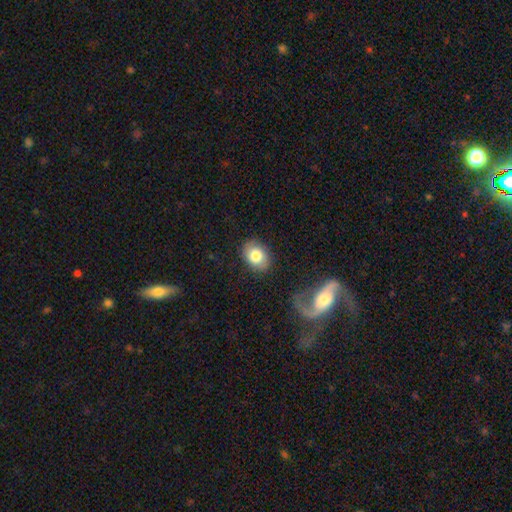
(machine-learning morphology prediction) Smooth or featured? Predicted: smooth (p=0.80). How rounded? Predicted: in between (p=0.65). Merging? Predicted: none (p=0.84).